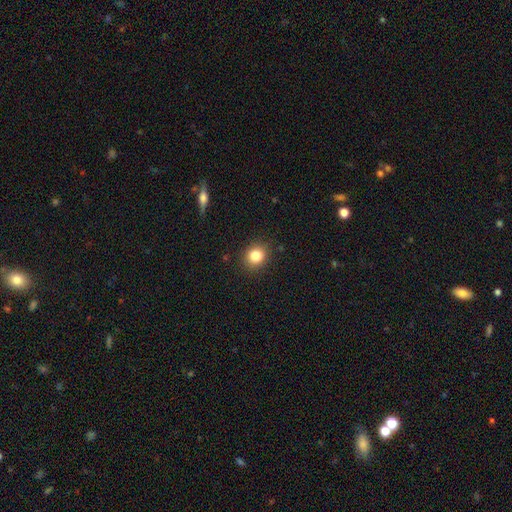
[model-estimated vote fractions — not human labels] smooth_or_featured: smooth (p=0.82) [alt: star or artifact p=0.11]
how_rounded: round (p=0.77) [alt: in between p=0.22]
merging: none (p=0.88) [alt: minor disturbance p=0.08]